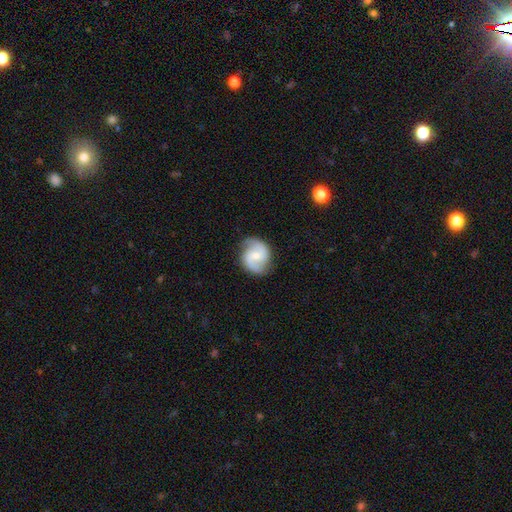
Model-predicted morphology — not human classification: This is clearly a featured or disk galaxy (80%). It is clearly not viewed edge-on (98%). Bar: possibly weak (49%). Spiral arm pattern: clearly yes (96%). Spiral arm count: clearly 2 (92%). Spiral winding: possibly medium (53%). Central bulge: possibly small (48%). Merging: clearly none (81%).